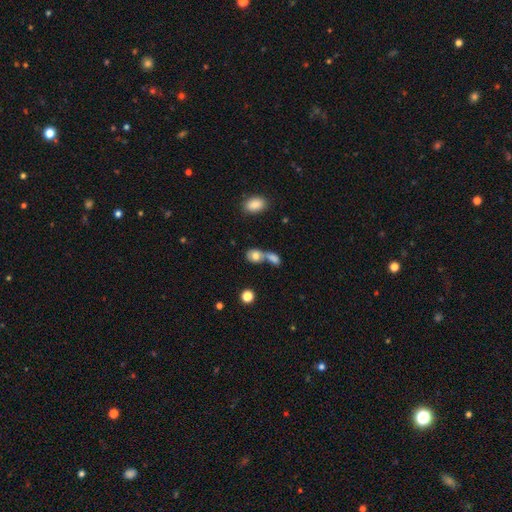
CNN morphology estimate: This is likely a smooth galaxy (75%). How rounded: possibly in between (59%). Merging: likely merger (63%).